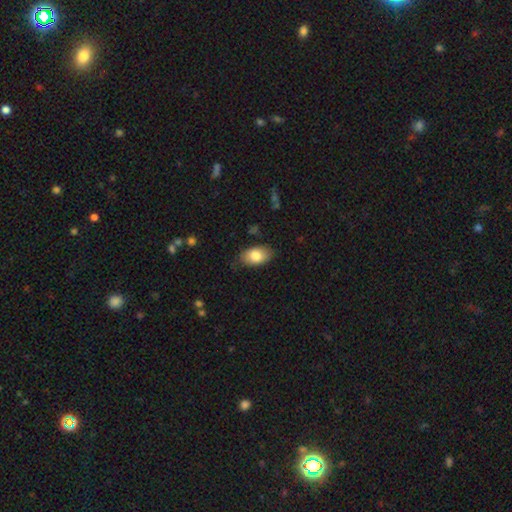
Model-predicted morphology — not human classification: A smooth galaxy with no disk features (82%) that is in between round and cigar-shaped (92%).

Vote fractions:
- Smooth or featured? smooth: 82% / featured or disk: 12% / star or artifact: 7%
- How rounded? in between: 92% / round: 6% / cigar-shaped: 2%
- Merging? none: 80% / minor disturbance: 16% / major disturbance: 3% / merger: 1%